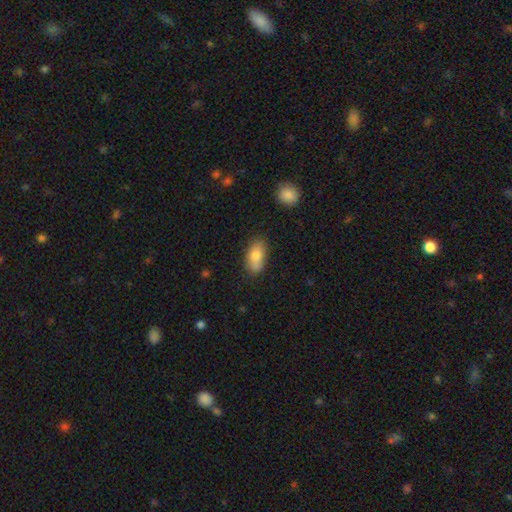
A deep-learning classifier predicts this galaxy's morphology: Overall: smooth (80%). How rounded: in between (90%). Merging: none (70%).